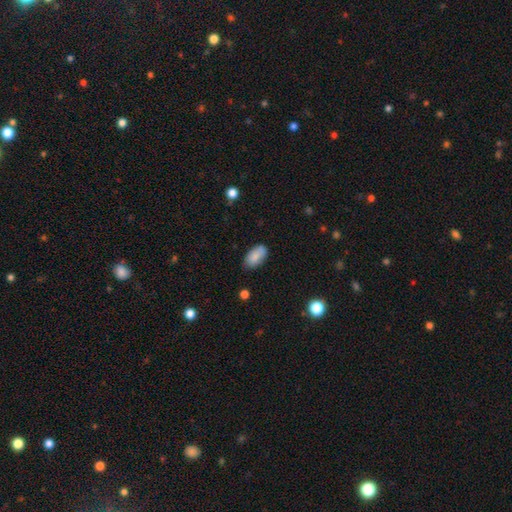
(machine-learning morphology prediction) This is clearly a smooth galaxy (85%). How rounded: clearly in between (94%). Merging: likely none (74%).